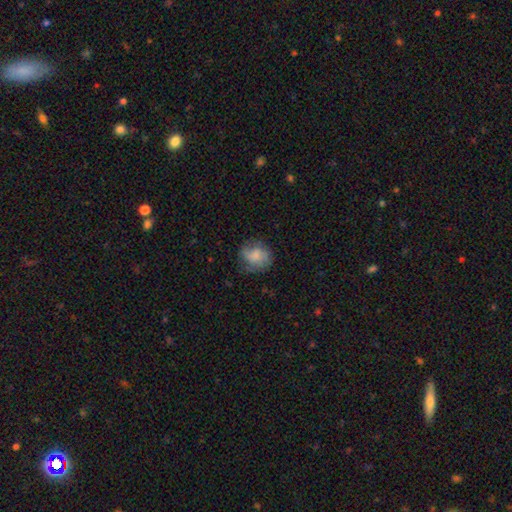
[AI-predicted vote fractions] smooth-or-featured: smooth: 62% | featured or disk: 30% | star or artifact: 8%
  how-rounded: round: 72% | in between: 27% | cigar-shaped: 1%
  merging: none: 64% | minor disturbance: 24% | major disturbance: 11% | merger: 1%